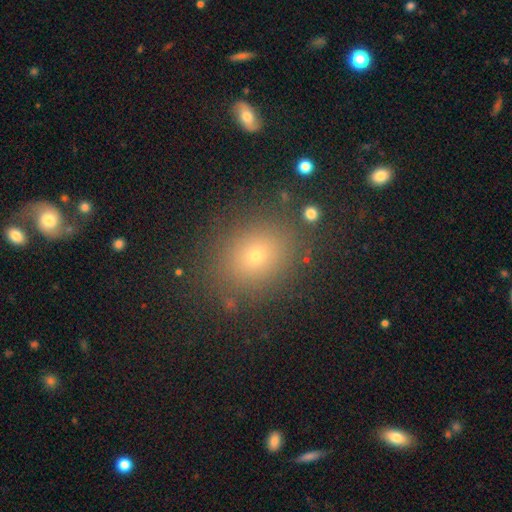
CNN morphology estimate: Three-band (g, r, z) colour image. It shows a smooth galaxy with no disk features (67%) that is round (64%). Merging: none (83%).